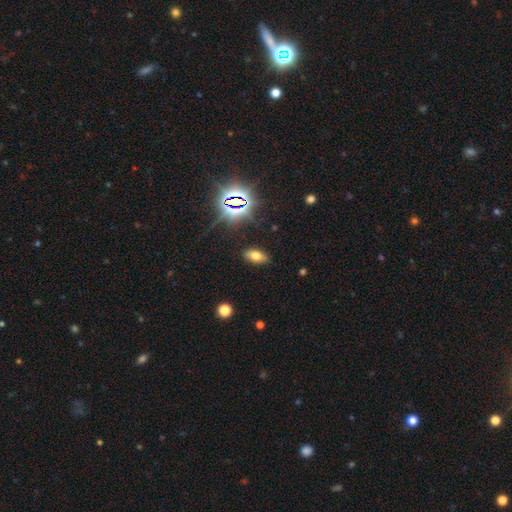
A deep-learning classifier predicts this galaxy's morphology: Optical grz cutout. It shows a smooth galaxy with no disk features (64%) that is in between round and cigar-shaped (88%). Merging: none (87%).